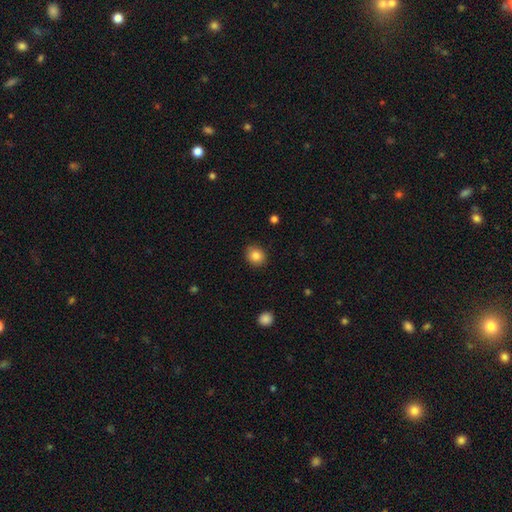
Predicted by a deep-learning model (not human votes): A smooth galaxy with no disk features (84%) that is round (68%).

Vote fractions:
- Smooth or featured? smooth: 84% / star or artifact: 9% / featured or disk: 6%
- How rounded? round: 68% / in between: 31% / cigar-shaped: 1%
- Merging? none: 88% / minor disturbance: 9% / major disturbance: 2% / merger: 1%